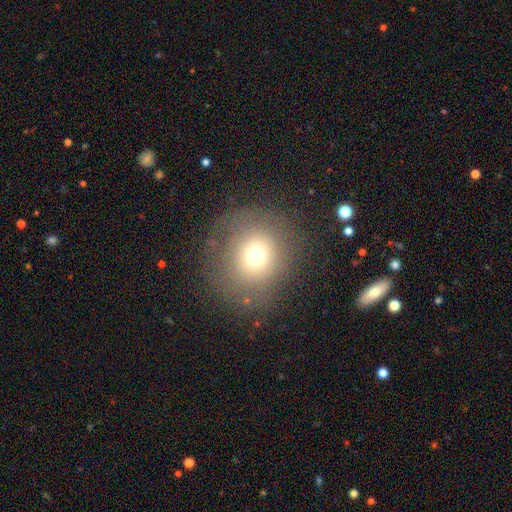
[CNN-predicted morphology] Smooth or featured? smooth (70%)
How rounded? round (83%)
Merging? none (78%)